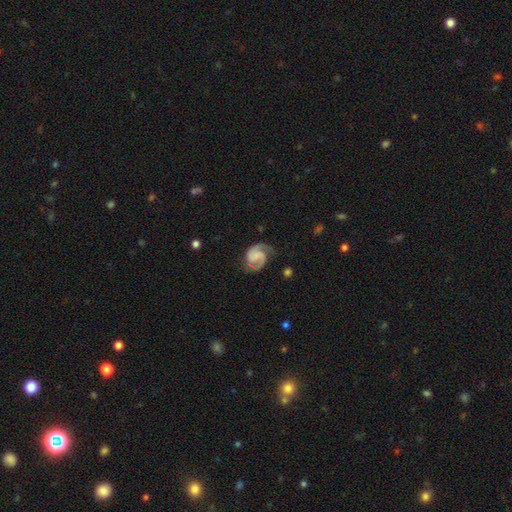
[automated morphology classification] The model was most divided on "spiral winding": medium: 49%, tight: 37%, loose: 14%. More confident: edge-on disk — no (98%); spiral arms — yes (97%); spiral arm count — 2 (90%); smooth or featured — featured or disk (85%); merging — none (72%); bulge size — none (60%); bar — no (50%).